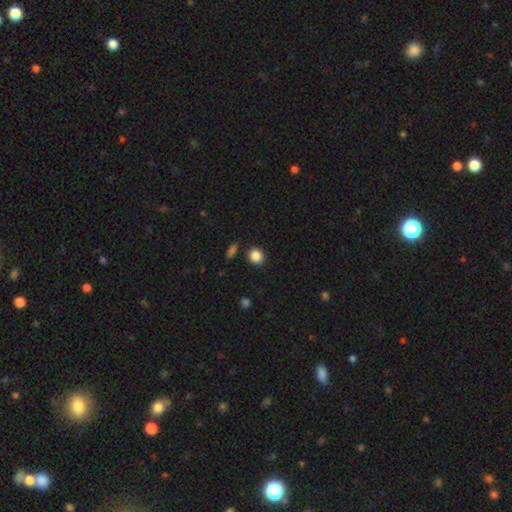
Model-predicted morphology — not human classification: type=smooth (87%); roundness=round (73%); merging=none (87%).